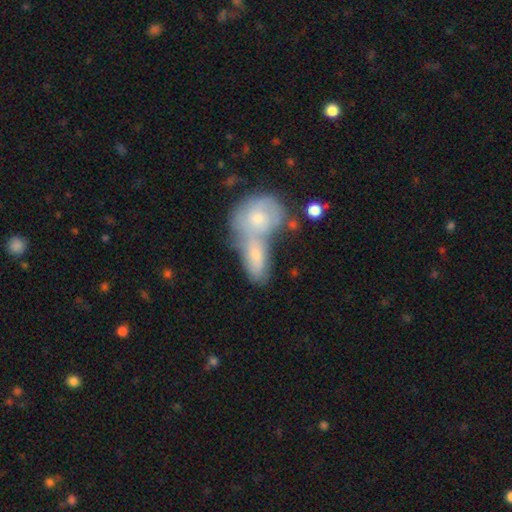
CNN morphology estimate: The model was most divided on "smooth or featured": smooth: 61%, featured or disk: 32%, star or artifact: 8%. More confident: how rounded — in between (75%); merging — merger (64%).